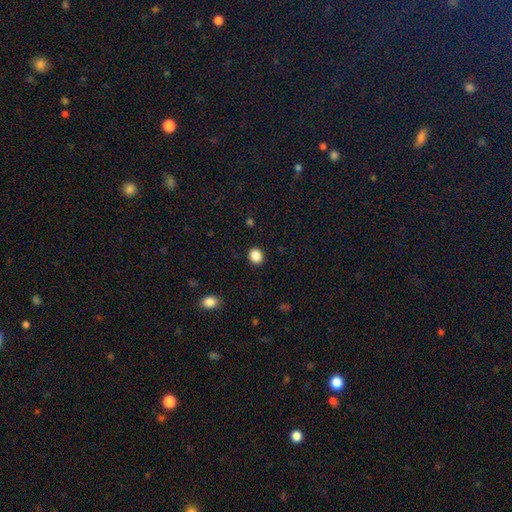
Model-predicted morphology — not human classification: smooth_or_featured: smooth (p=0.87) [alt: star or artifact p=0.10]
how_rounded: round (p=0.67) [alt: in between p=0.32]
merging: none (p=0.90) [alt: minor disturbance p=0.07]